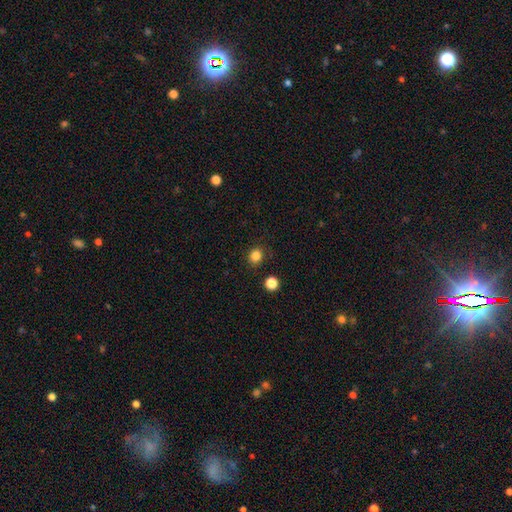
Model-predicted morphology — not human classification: This is clearly a smooth galaxy (83%). How rounded: likely round (76%). Merging: clearly none (85%).